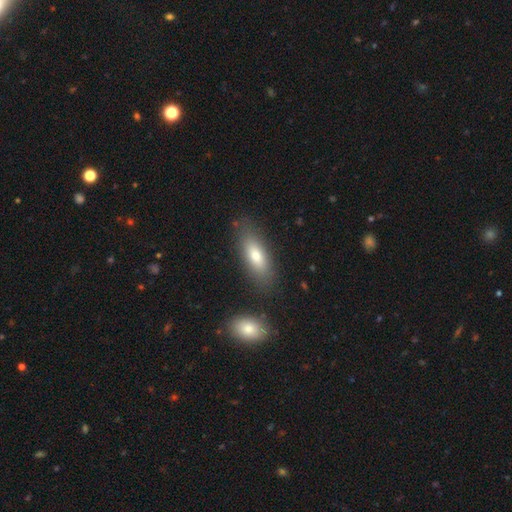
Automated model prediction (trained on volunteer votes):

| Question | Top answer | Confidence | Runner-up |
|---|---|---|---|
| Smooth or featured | smooth | 74% | featured or disk (18%) |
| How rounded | in between | 69% | cigar-shaped (28%) |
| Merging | none | 81% | minor disturbance (11%) |